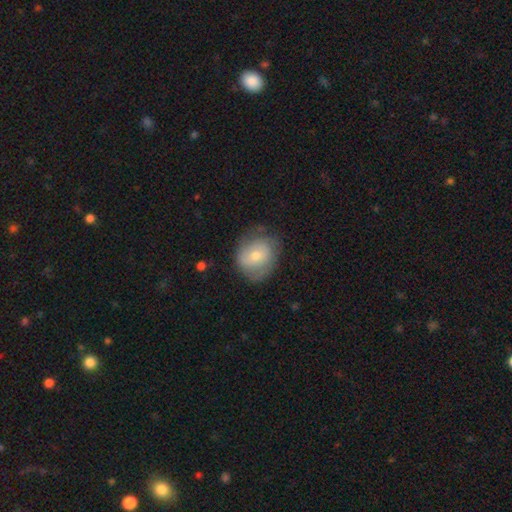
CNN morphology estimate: smooth 59%, featured or disk 33%, star or artifact 8%. Down the decision tree: how rounded — round (63%); merging — none (66%).